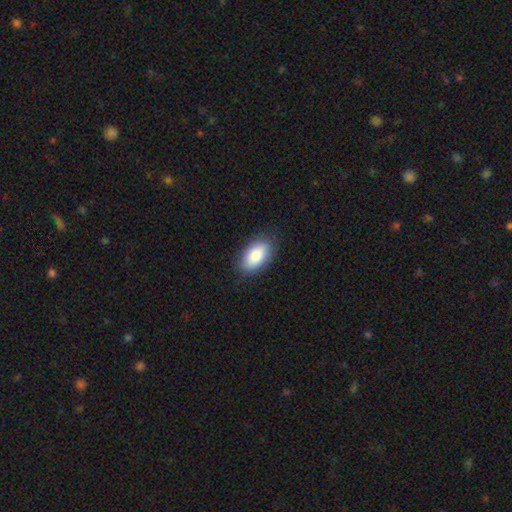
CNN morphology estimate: Smooth or featured: smooth — 86% (featured or disk — 8%)
How rounded: in between — 93% (round — 5%)
Merging: none — 86% (minor disturbance — 10%)